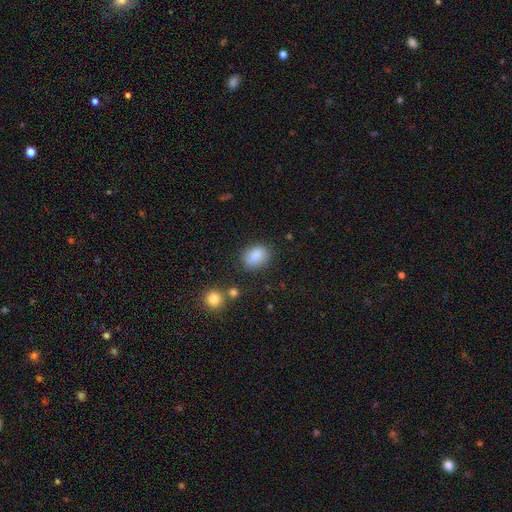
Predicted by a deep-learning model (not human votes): smooth 85%, star or artifact 8%, featured or disk 6%. Down the decision tree: how rounded — in between (69%); merging — none (76%).